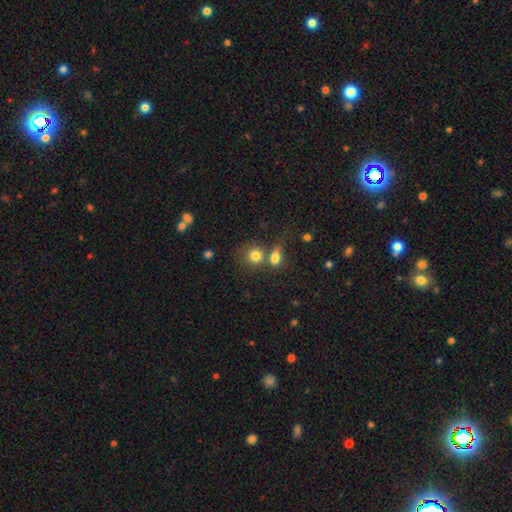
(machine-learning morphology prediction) Overall: smooth (79%). How rounded: round (79%). Merging: none (45%; merger 41%).